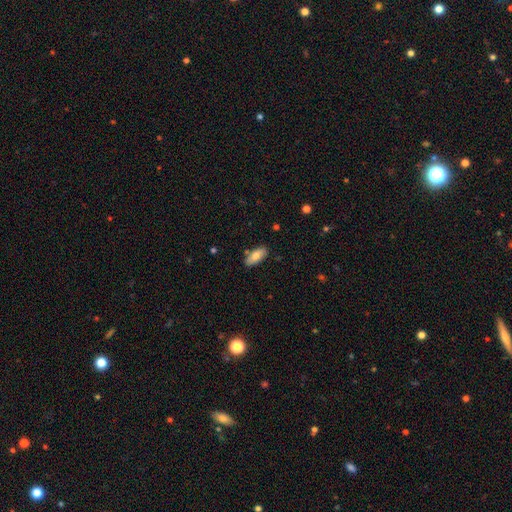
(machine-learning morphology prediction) Smooth or featured?
  - smooth: 79% *
  - featured or disk: 15%
  - star or artifact: 7%
How rounded?
  - in between: 84% *
  - cigar-shaped: 14%
  - round: 2%
Merging?
  - none: 83% *
  - minor disturbance: 12%
  - merger: 3%
  - major disturbance: 2%